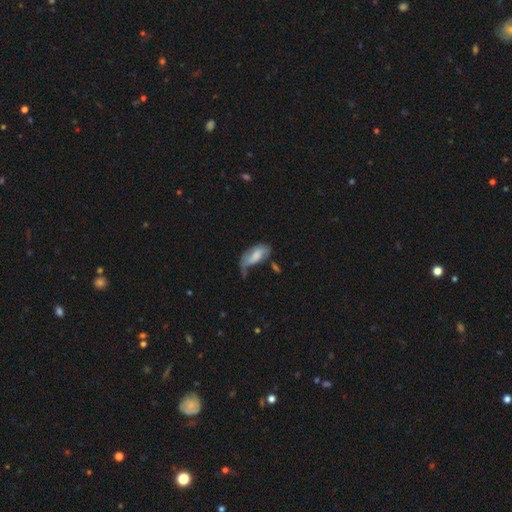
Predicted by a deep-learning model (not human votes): Smooth or featured?
  - smooth: 68% *
  - featured or disk: 25%
  - star or artifact: 7%
How rounded?
  - in between: 89% *
  - cigar-shaped: 8%
  - round: 3%
Merging?
  - minor disturbance: 34% *
  - major disturbance: 29%
  - none: 28%
  - merger: 9%